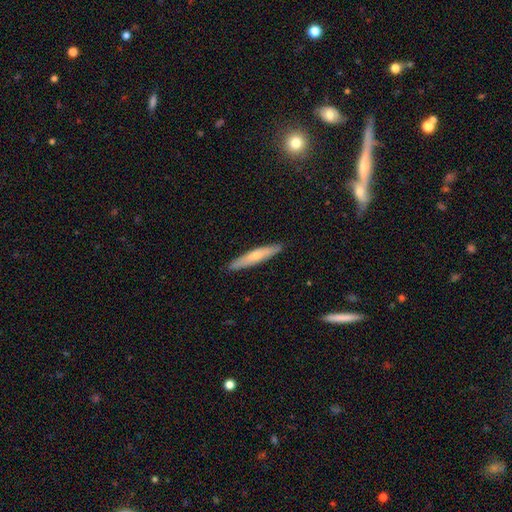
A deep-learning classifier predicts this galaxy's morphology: smooth-or-featured: smooth: 58% | featured or disk: 36% | star or artifact: 5%
  how-rounded: cigar-shaped: 90% | in between: 8% | round: 1%
  merging: none: 89% | minor disturbance: 8% | major disturbance: 1% | merger: 1%